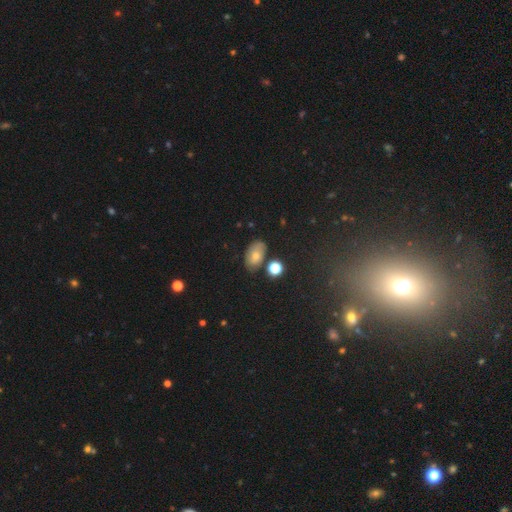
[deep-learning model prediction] A smooth galaxy with no disk features (68%) that is in between round and cigar-shaped (88%). Merging: none (71%).